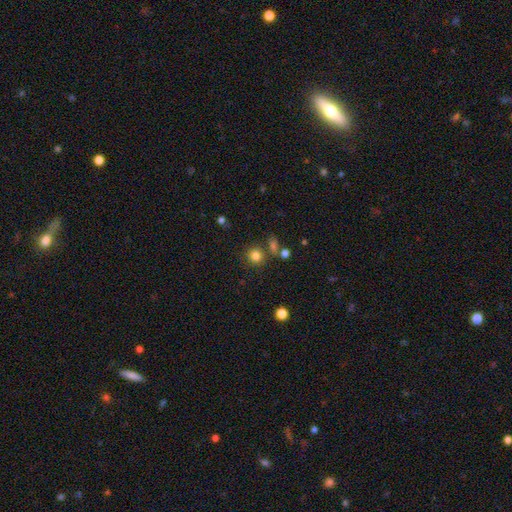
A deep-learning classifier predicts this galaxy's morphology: Smooth or featured: smooth — 81% (star or artifact — 13%)
How rounded: round — 89% (in between — 10%)
Merging: none — 78% (merger — 10%)